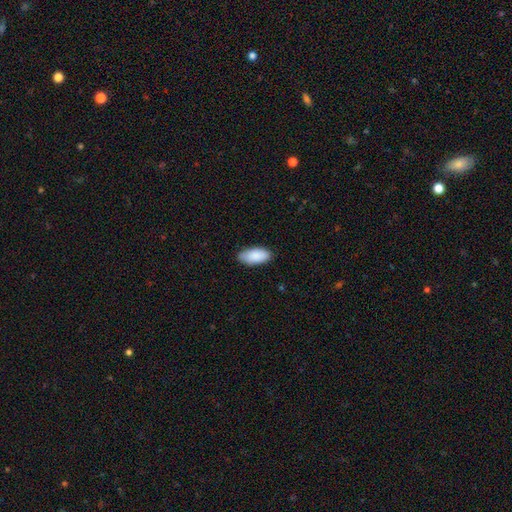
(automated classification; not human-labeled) Smooth or featured? Predicted: smooth (p=0.89). How rounded? Predicted: in between (p=0.93). Merging? Predicted: none (p=0.84).